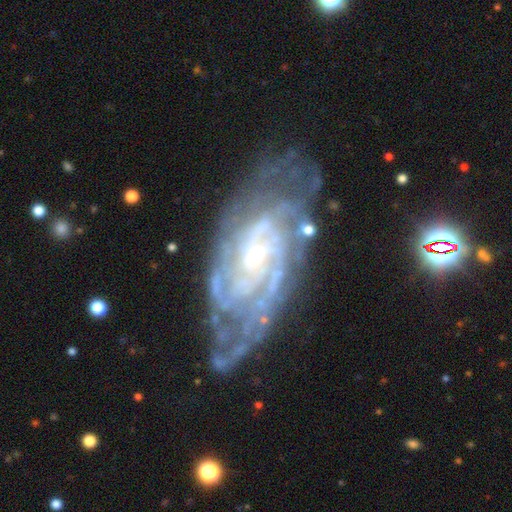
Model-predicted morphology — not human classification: Overall: featured or disk (89%). Edge-on disk: no (95%). Bar: no (55%; weak 34%). Spiral arms: yes (96%). Spiral arm count: can't tell (33%; 4 17%). Spiral winding: tight (67%; medium 27%). Bulge size: small (73%). Merging: none (64%).